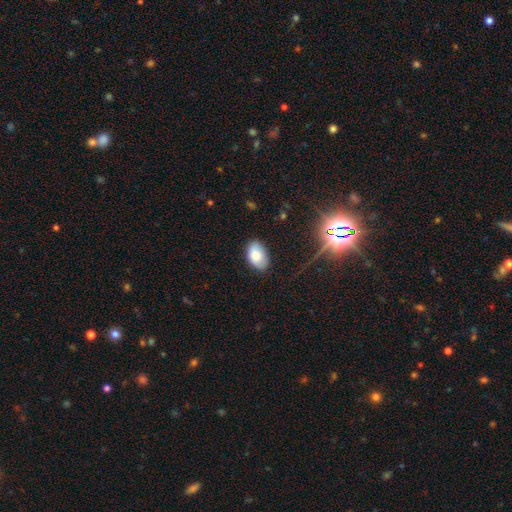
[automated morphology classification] Overall: smooth (79%). How rounded: in between (91%). Merging: none (79%).